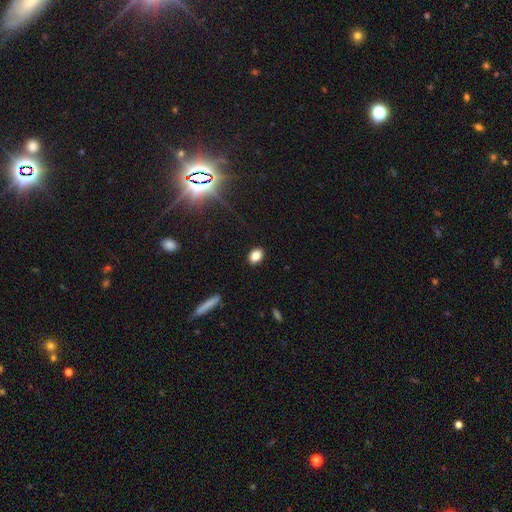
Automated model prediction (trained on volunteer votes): A smooth galaxy with no disk features (83%) that is in between round and cigar-shaped (77%). Merging: none (89%).